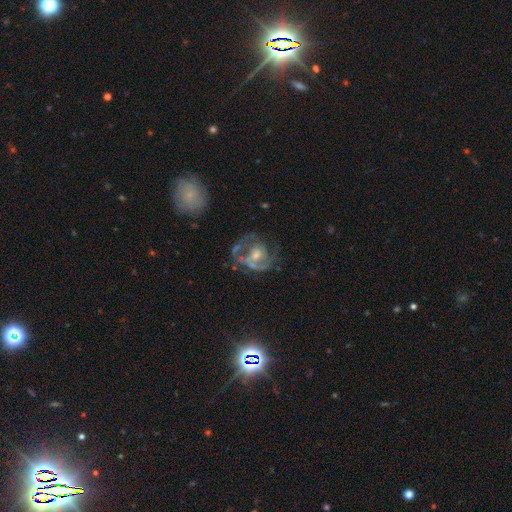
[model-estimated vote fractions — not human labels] smooth-or-featured: featured or disk: 79% | smooth: 14% | star or artifact: 7%
  disk-edge-on: no: 98% | yes: 2%
    bar: no: 65% | weak: 29% | strong: 6%
    has-spiral-arms: yes: 82% | no: 18%
      spiral-winding: medium: 45% | tight: 36% | loose: 20%
      spiral-arm-count: 2: 48% | can't tell: 20% | 1: 17% | 3: 9% | 4: 3% | more than 4: 3%
    bulge-size: moderate: 46% | small: 41% | none: 6% | large: 5% | dominant: 1%
  merging: none: 45% | major disturbance: 29% | minor disturbance: 20% | merger: 6%